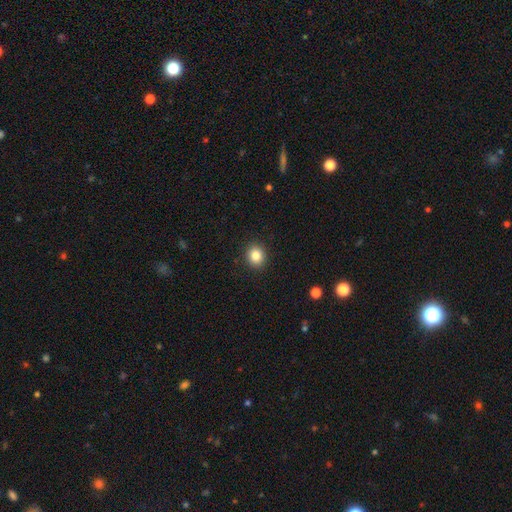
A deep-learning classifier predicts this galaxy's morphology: This appears to be a smooth galaxy with no disk features (84%) that is round (79%). Merging: none (92%).